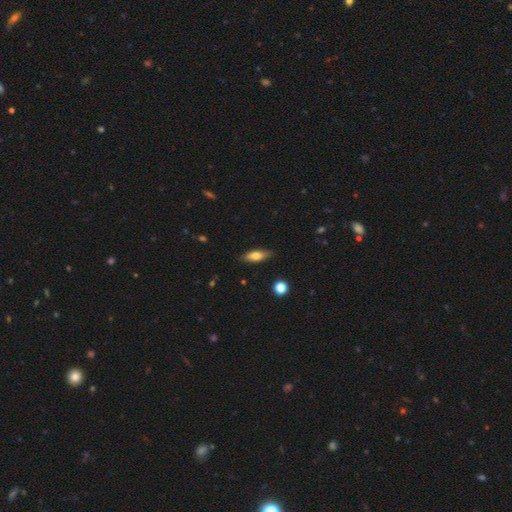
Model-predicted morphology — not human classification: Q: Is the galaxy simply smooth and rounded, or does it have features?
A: smooth — 67%.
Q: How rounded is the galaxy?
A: in between — 57%.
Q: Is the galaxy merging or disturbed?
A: none — 85%.